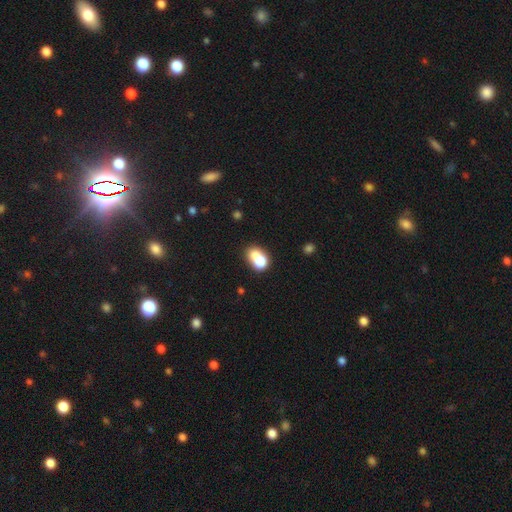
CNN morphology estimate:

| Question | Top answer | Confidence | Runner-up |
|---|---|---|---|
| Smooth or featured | smooth | 70% | featured or disk (19%) |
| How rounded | in between | 50% | round (49%) |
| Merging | merger | 61% | none (26%) |